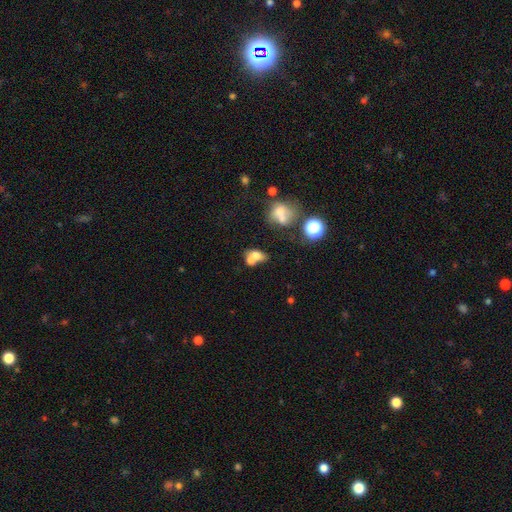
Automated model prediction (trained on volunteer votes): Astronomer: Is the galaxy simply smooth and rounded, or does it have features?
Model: smooth — 67%.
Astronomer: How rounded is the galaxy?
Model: in between — 66%.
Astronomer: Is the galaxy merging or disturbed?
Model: merger — 56%.